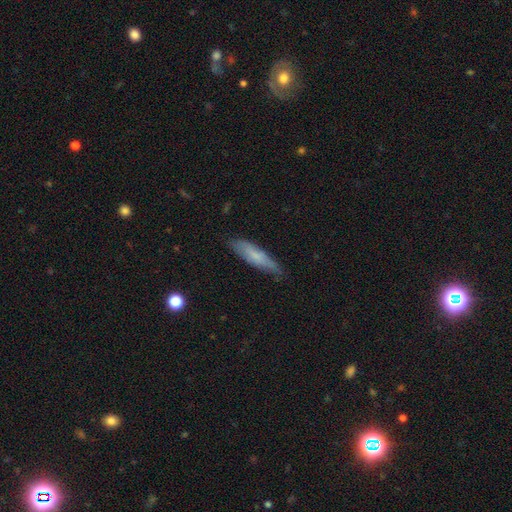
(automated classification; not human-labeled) Morphology: type=smooth (68%); roundness=cigar-shaped (77%); merging=none (78%).